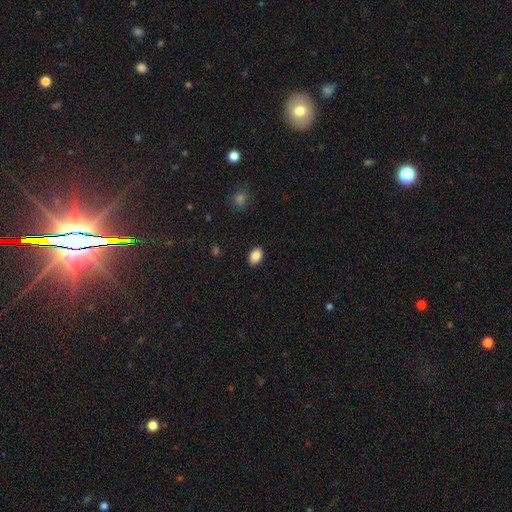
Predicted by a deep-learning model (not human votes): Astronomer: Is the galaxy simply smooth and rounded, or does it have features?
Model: smooth — 88%.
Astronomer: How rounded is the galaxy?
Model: in between — 85%.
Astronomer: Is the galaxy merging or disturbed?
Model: none — 88%.